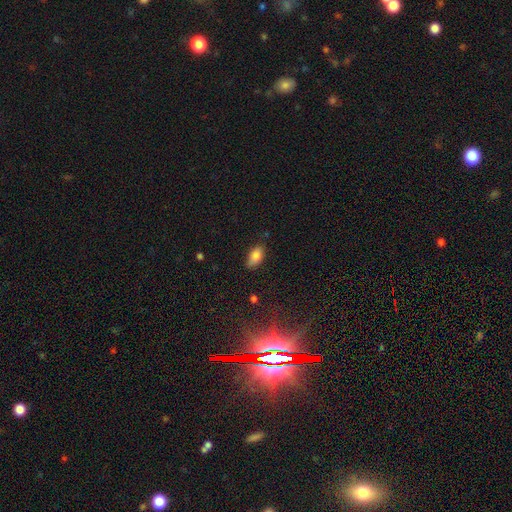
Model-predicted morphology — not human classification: Overall: smooth (84%). How rounded: in between (92%). Merging: none (75%).